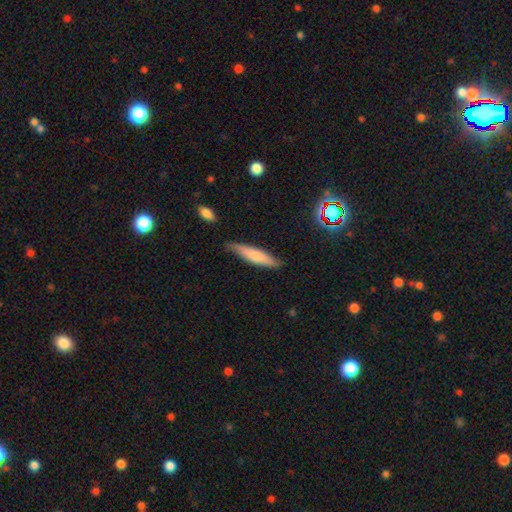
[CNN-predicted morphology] A smooth galaxy with no disk features (68%) that is cigar-shaped (80%). Merging: none (78%).